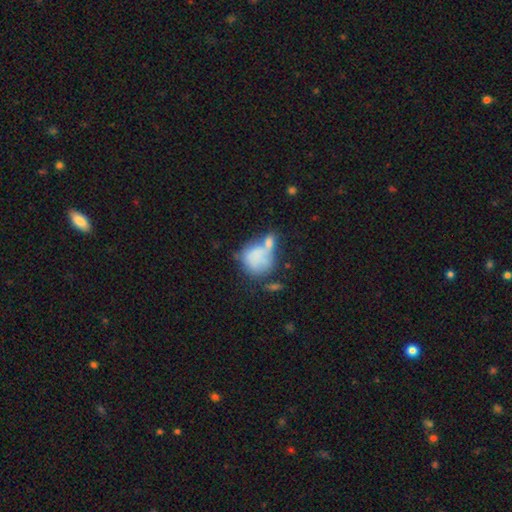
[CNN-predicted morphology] smooth-or-featured: smooth: 68% | featured or disk: 23% | star or artifact: 9%
  how-rounded: round: 60% | in between: 38% | cigar-shaped: 2%
  merging: merger: 43% | none: 24% | minor disturbance: 18% | major disturbance: 16%